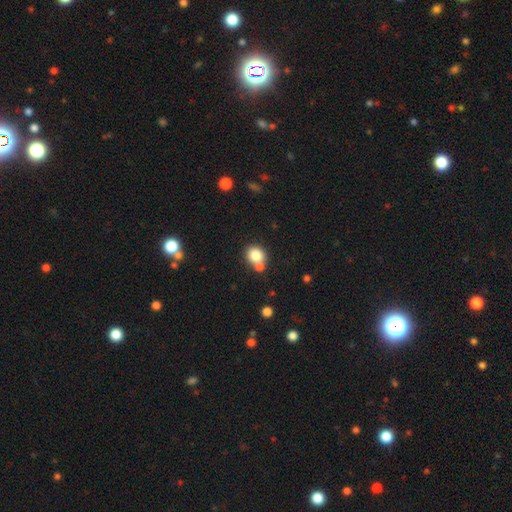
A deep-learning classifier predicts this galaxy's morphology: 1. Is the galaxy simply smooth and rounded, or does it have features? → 81% smooth, 10% star or artifact, 9% featured or disk.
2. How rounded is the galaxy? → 78% round, 21% in between, 1% cigar-shaped.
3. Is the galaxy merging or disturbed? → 55% none, 33% merger, 9% minor disturbance, 3% major disturbance.